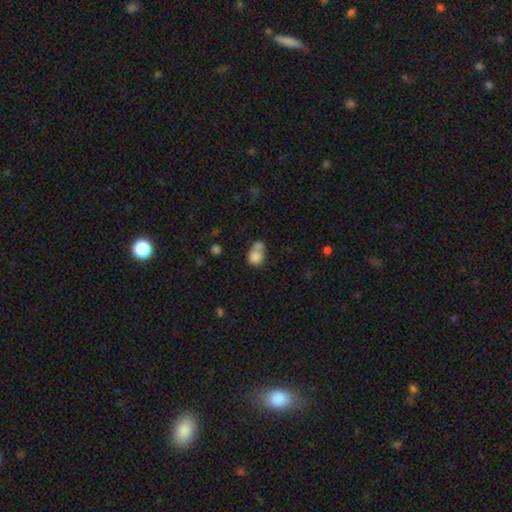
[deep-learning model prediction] smooth 81%, star or artifact 10%, featured or disk 9%. Down the decision tree: how rounded — round (70%); merging — merger (53%).